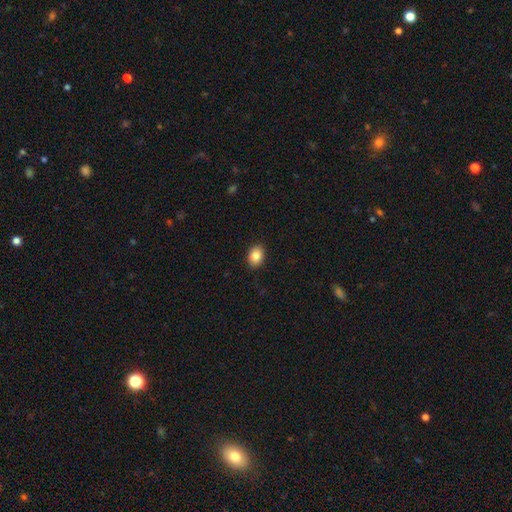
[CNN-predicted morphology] A smooth galaxy with no disk features (86%) that is in between round and cigar-shaped (75%).

Vote fractions:
- Smooth or featured? smooth: 86% / star or artifact: 8% / featured or disk: 6%
- How rounded? in between: 75% / round: 24% / cigar-shaped: 1%
- Merging? none: 90% / minor disturbance: 7% / major disturbance: 2% / merger: 1%